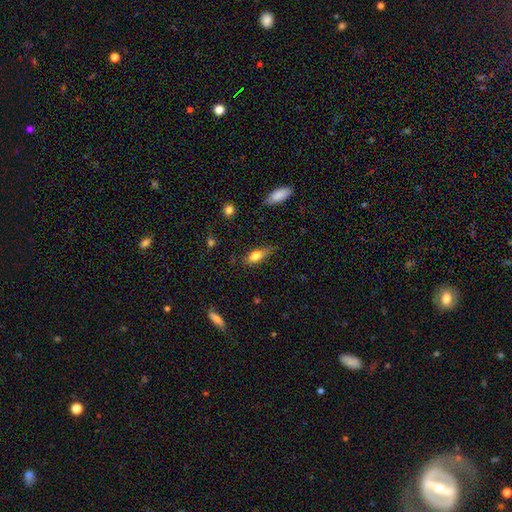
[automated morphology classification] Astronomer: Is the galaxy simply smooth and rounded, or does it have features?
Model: smooth — 72%.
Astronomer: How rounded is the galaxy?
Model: in between — 70%.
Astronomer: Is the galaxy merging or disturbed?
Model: none — 65%.